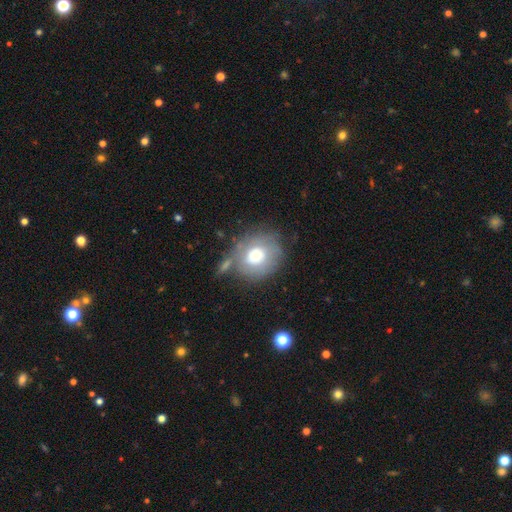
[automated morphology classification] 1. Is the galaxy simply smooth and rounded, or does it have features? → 60% smooth, 32% featured or disk, 8% star or artifact.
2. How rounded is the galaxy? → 71% round, 28% in between, 1% cigar-shaped.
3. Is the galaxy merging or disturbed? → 56% none, 21% minor disturbance, 12% merger, 11% major disturbance.